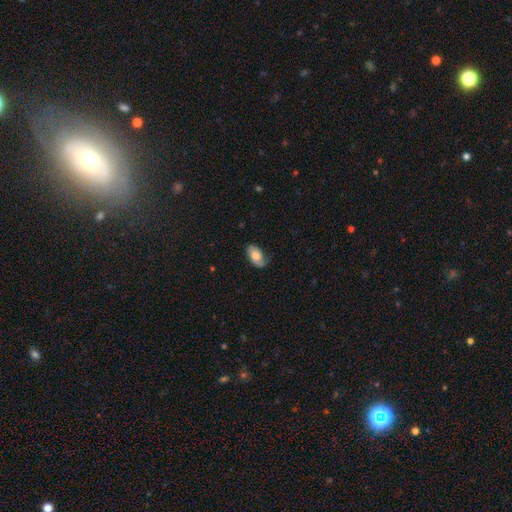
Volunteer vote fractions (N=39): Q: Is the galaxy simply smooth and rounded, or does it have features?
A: smooth — 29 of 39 (74%).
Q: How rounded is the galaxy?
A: in between — 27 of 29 (93%).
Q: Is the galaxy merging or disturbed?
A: none — 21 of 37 (57%).